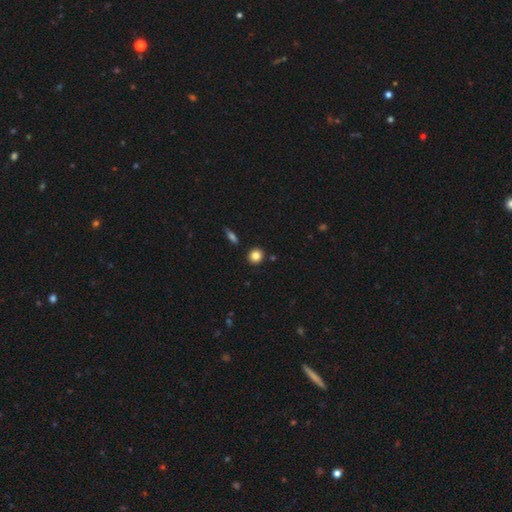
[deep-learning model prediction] Q: Smooth or featured?
A: smooth (84%); runner-up: star or artifact (10%)
Q: How rounded?
A: round (88%); runner-up: in between (11%)
Q: Merging?
A: none (89%); runner-up: minor disturbance (6%)